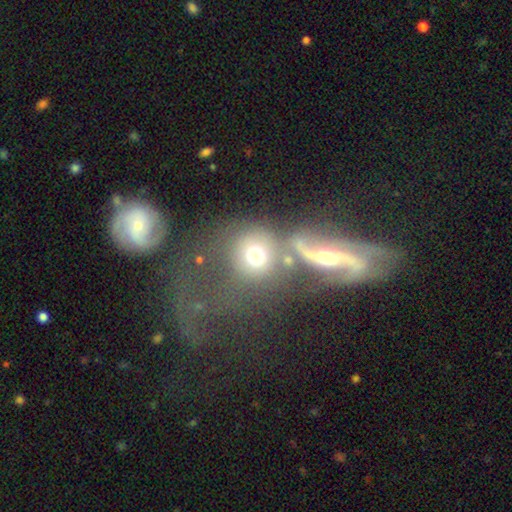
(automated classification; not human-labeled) Smooth or featured?
  - smooth: 64% *
  - featured or disk: 22%
  - star or artifact: 14%
How rounded?
  - round: 87% *
  - in between: 12%
  - cigar-shaped: 1%
Merging?
  - merger: 40% *
  - none: 37%
  - major disturbance: 14%
  - minor disturbance: 10%